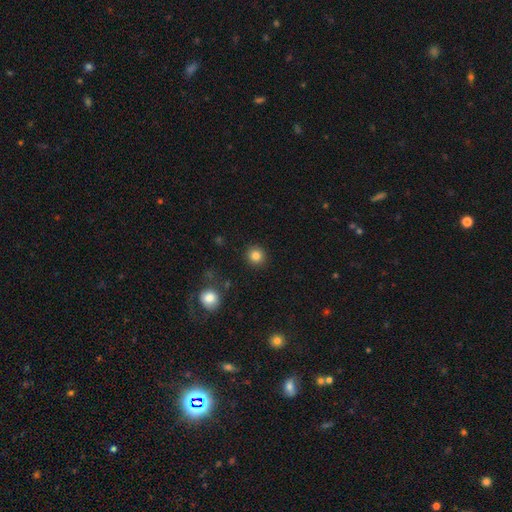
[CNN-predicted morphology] This appears to be a smooth galaxy with no disk features (84%) that is round (93%). Merging: none (91%).